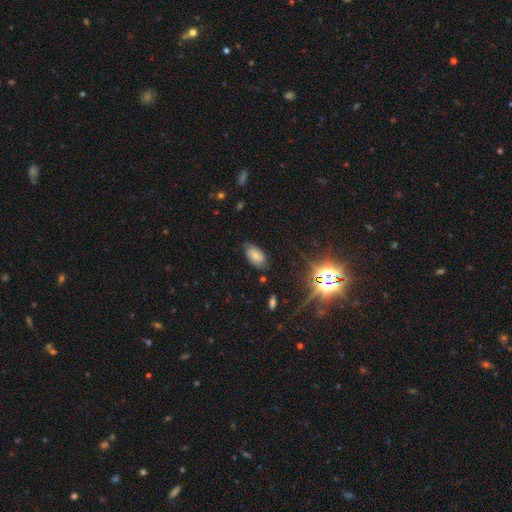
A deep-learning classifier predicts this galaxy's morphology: Smooth or featured? Predicted: smooth (p=0.57). How rounded? Predicted: in between (p=0.92). Merging? Predicted: none (p=0.66).